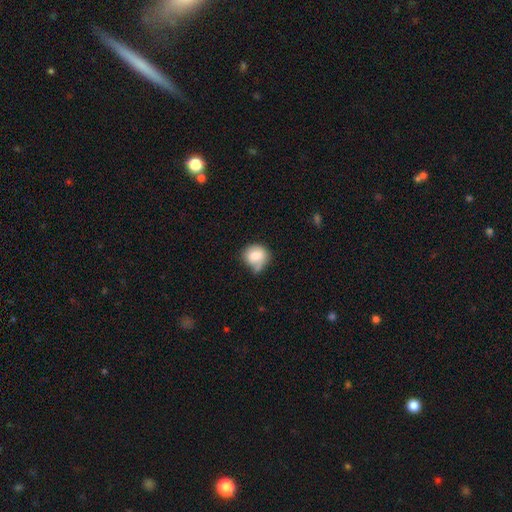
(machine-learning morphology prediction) Smooth or featured? smooth (78%)
How rounded? round (80%)
Merging? none (48%)